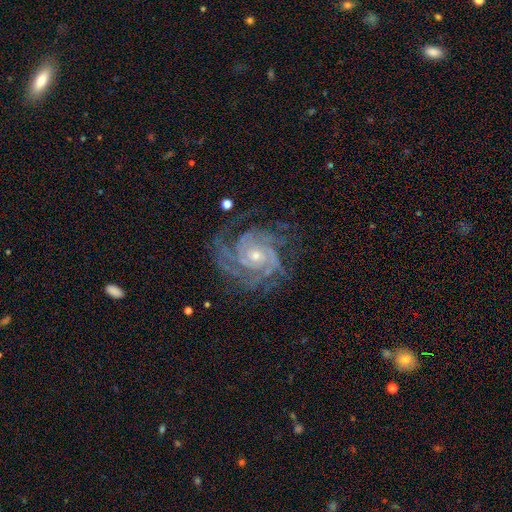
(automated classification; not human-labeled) A featured or disk galaxy (91%) with no bar (72%), 3 (31%) tight (71%) spiral arms (98%) and a small central bulge (54%). Merging: none (71%).